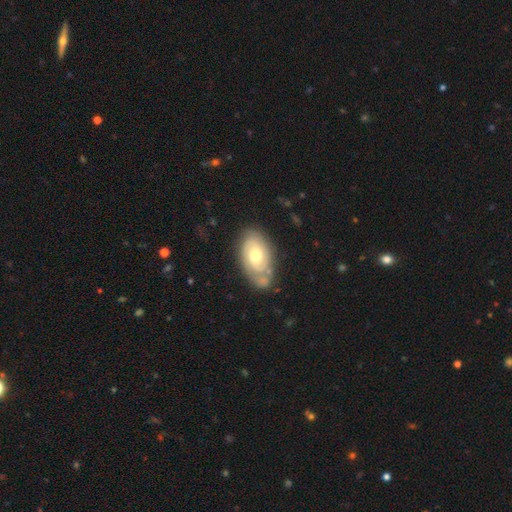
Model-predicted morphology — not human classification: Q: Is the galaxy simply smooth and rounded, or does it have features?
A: featured or disk — 59%.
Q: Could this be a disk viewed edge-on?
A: no — 93%.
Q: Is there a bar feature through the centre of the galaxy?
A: no — 74%.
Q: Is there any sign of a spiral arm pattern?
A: yes — 72%.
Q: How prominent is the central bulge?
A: moderate — 71%.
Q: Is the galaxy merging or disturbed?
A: none — 62%.